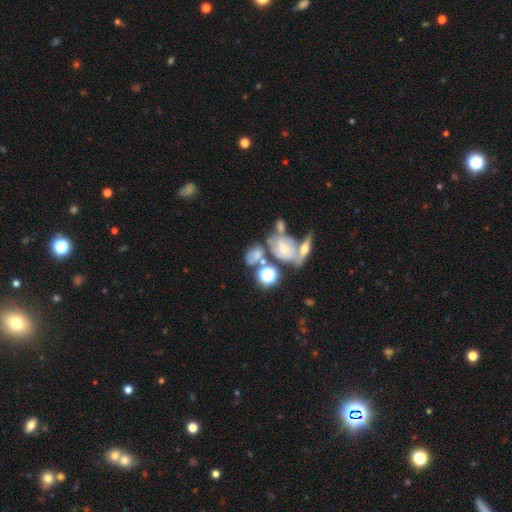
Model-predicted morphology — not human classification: This appears to be a featured or disk galaxy (42%). Merging: merger (44%).